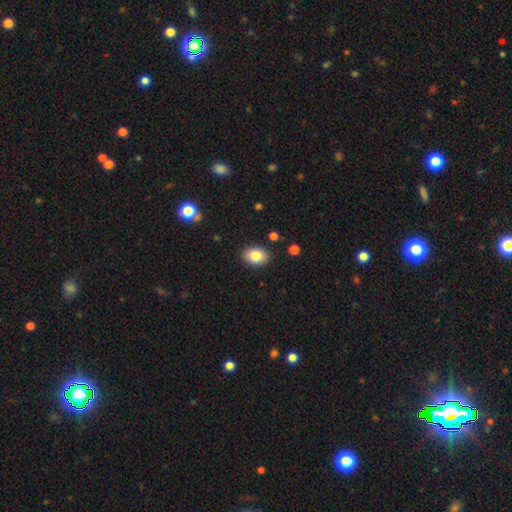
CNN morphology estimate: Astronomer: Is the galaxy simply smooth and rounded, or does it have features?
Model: smooth — 83%.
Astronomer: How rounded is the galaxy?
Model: in between — 72%.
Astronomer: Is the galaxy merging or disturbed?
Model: none — 88%.